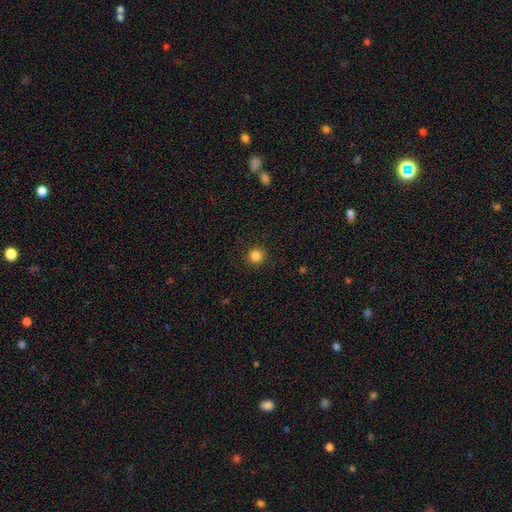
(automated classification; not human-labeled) Smooth or featured: smooth — 84% (star or artifact — 12%)
How rounded: round — 94% (in between — 5%)
Merging: none — 92% (minor disturbance — 5%)